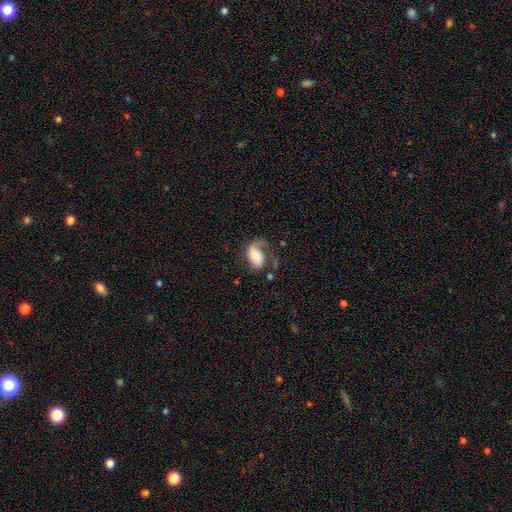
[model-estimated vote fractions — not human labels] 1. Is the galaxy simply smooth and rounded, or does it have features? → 49% featured or disk, 43% smooth, 8% star or artifact.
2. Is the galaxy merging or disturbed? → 38% major disturbance, 35% none, 22% minor disturbance, 5% merger.